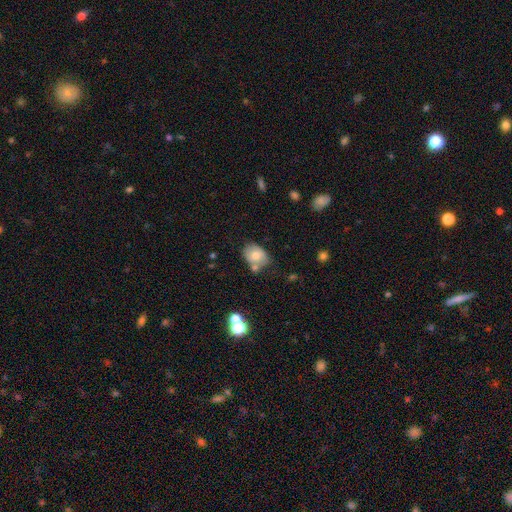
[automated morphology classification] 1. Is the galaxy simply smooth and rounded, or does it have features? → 70% smooth, 21% featured or disk, 9% star or artifact.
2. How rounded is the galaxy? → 63% in between, 36% round, 1% cigar-shaped.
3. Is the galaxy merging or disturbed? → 55% none, 20% minor disturbance, 19% merger, 5% major disturbance.